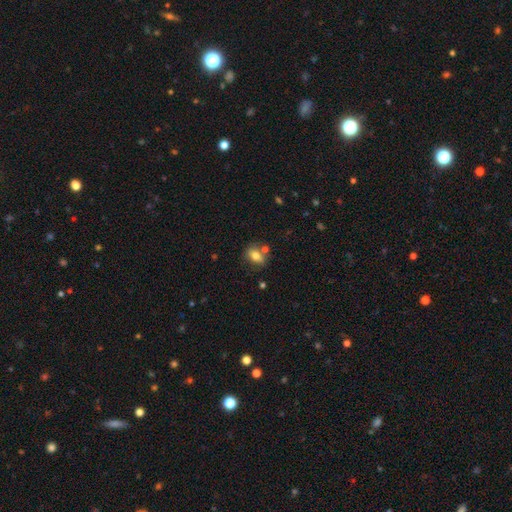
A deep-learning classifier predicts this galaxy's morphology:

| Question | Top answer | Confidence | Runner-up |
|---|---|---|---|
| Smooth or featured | smooth | 73% | featured or disk (17%) |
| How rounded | in between | 69% | round (27%) |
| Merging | none | 64% | merger (17%) |